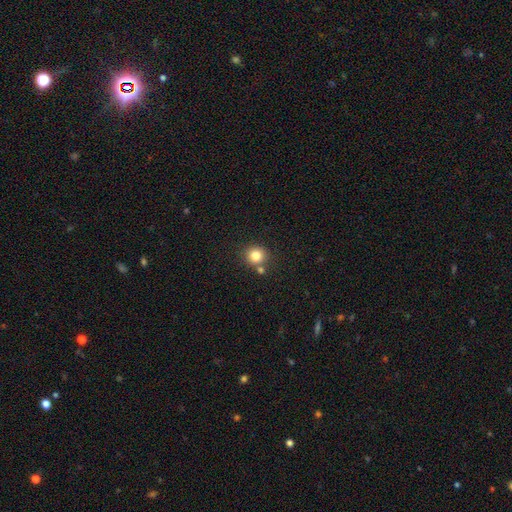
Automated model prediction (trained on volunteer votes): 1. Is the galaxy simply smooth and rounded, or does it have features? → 81% smooth, 12% star or artifact, 7% featured or disk.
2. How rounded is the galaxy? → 90% round, 10% in between, 1% cigar-shaped.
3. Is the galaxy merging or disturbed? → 75% none, 14% merger, 9% minor disturbance, 3% major disturbance.